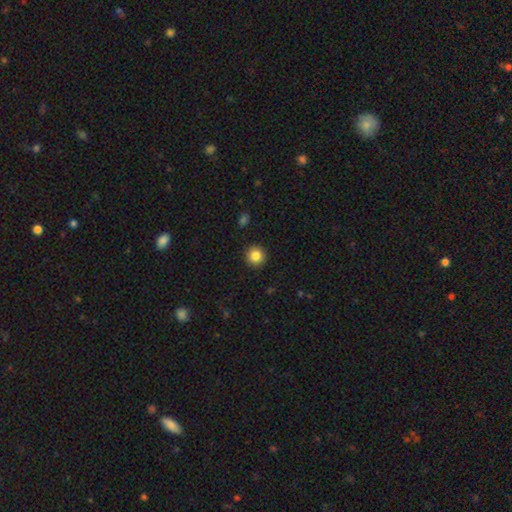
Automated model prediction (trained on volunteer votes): Smooth or featured?
  - smooth: 85% *
  - star or artifact: 10%
  - featured or disk: 6%
How rounded?
  - round: 94% *
  - in between: 5%
  - cigar-shaped: 1%
Merging?
  - none: 92% *
  - minor disturbance: 5%
  - major disturbance: 2%
  - merger: 1%